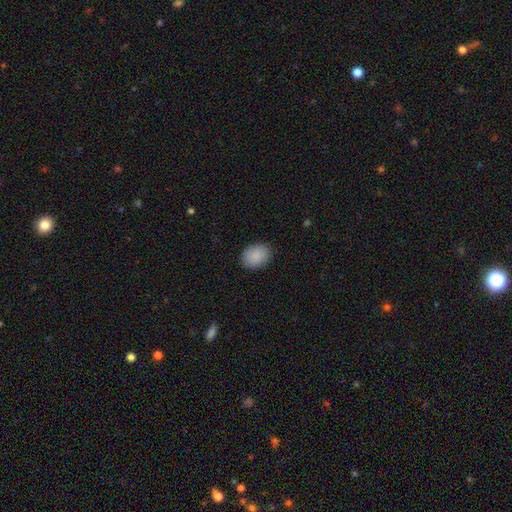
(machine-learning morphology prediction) The model was most divided on "how rounded": in between: 70%, round: 29%, cigar-shaped: 1%. More confident: smooth or featured — smooth (90%); merging — none (87%).